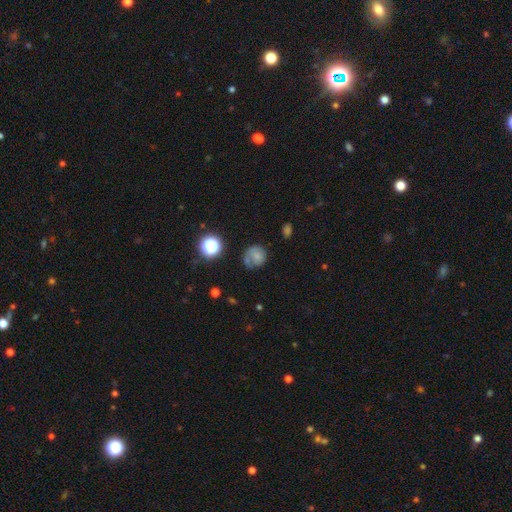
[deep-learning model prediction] Smooth or featured: smooth — 62% (featured or disk — 25%)
How rounded: round — 80% (in between — 19%)
Merging: none — 51% (minor disturbance — 25%)